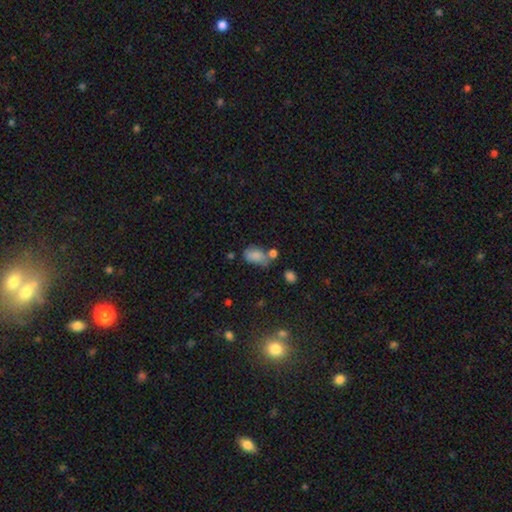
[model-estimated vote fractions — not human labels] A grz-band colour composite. It shows a smooth galaxy with no disk features (80%) that is in between round and cigar-shaped (88%). Merging: none (42%).